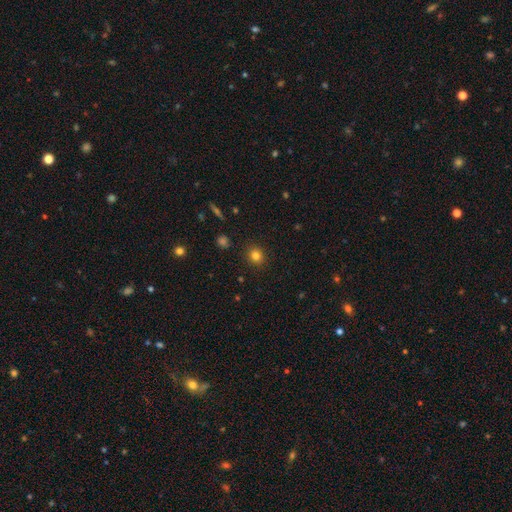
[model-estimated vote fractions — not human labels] A smooth galaxy with no disk features (81%) that is round (86%). Merging: none (90%).